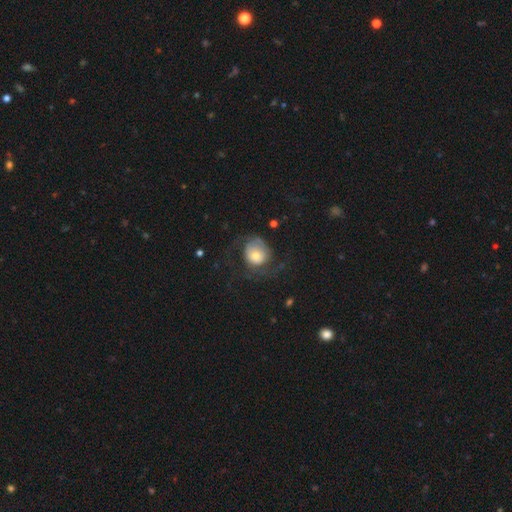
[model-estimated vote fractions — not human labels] Morphology: type=smooth (50%); merging=major disturbance (41%).